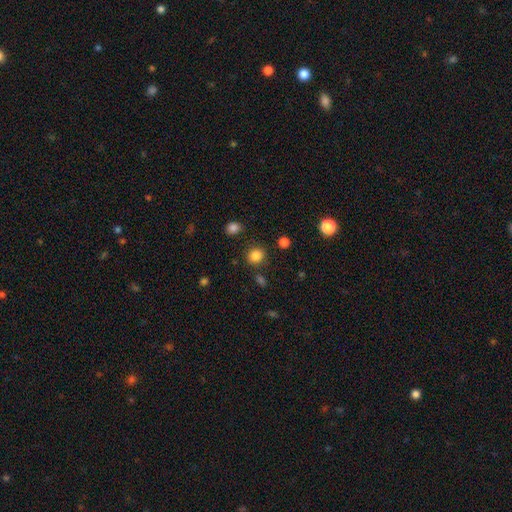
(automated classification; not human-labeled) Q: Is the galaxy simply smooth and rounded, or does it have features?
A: smooth — 84%.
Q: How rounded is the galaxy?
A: round — 73%.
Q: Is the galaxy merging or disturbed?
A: none — 83%.